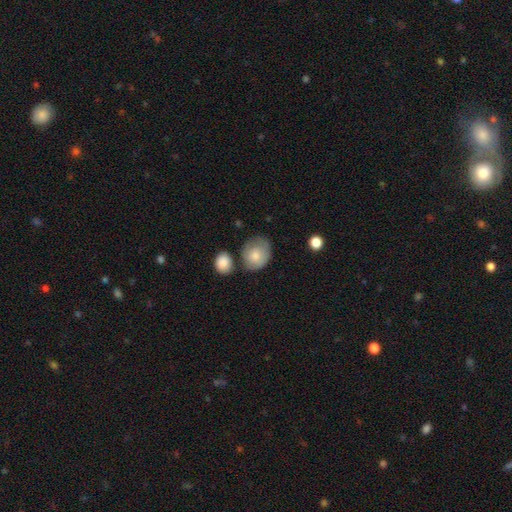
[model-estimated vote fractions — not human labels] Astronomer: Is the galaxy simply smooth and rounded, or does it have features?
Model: smooth — 77%.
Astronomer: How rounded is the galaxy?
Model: round — 56% (runner-up: in between, 43%).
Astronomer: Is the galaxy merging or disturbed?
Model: none — 46% (runner-up: minor disturbance, 31%).